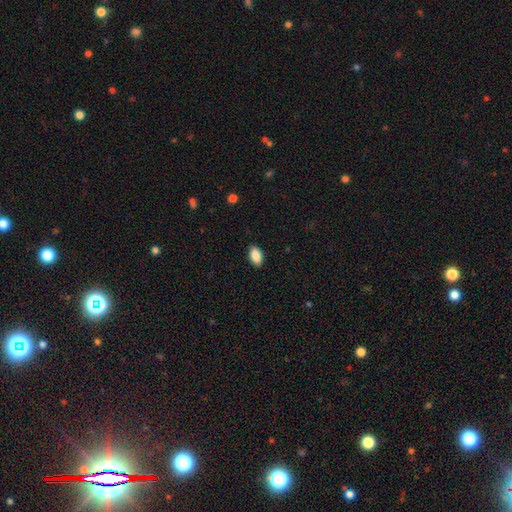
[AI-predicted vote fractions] Smooth or featured? Predicted: smooth (p=0.88). How rounded? Predicted: in between (p=0.93). Merging? Predicted: none (p=0.88).